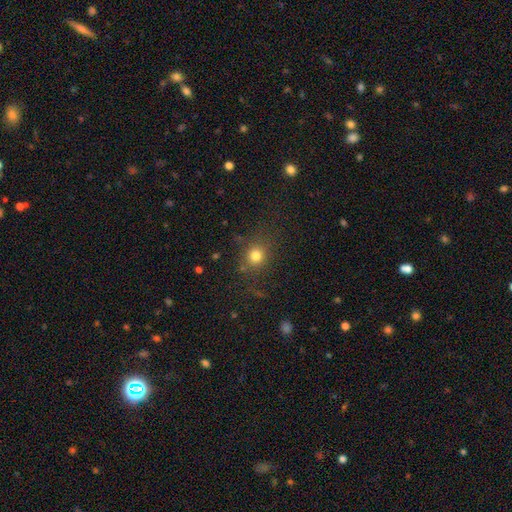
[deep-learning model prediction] Q: Smooth or featured?
A: smooth (77%); runner-up: star or artifact (15%)
Q: How rounded?
A: round (82%); runner-up: in between (17%)
Q: Merging?
A: none (79%); runner-up: minor disturbance (12%)